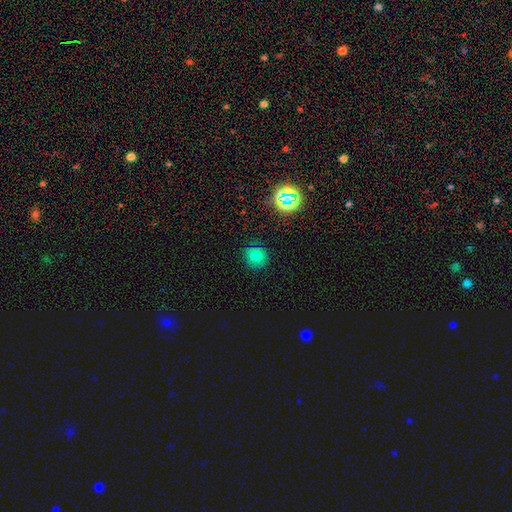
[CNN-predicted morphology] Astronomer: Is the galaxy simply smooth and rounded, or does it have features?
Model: smooth — 73%.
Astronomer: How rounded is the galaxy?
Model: round — 91%.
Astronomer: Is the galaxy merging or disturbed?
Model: none — 86%.